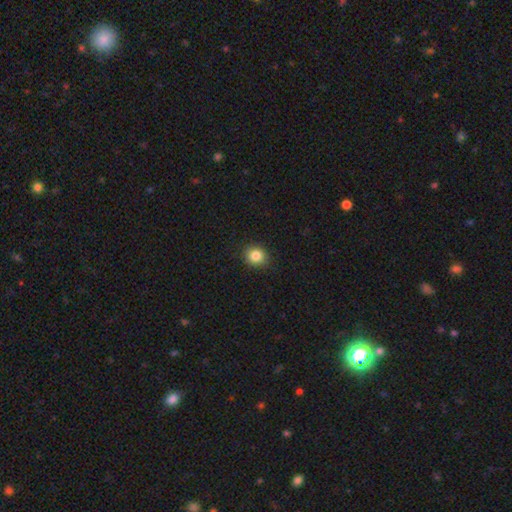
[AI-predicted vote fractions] Smooth or featured? smooth (84%)
How rounded? round (79%)
Merging? none (90%)